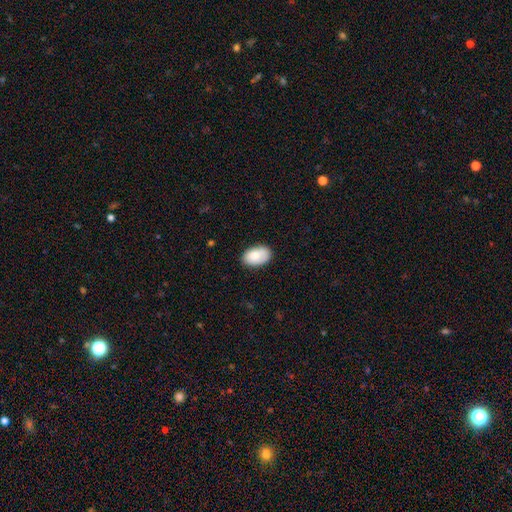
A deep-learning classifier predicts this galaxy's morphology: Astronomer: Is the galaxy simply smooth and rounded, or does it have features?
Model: smooth — 84%.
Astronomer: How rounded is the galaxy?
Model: in between — 93%.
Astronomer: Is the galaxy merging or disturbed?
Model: none — 81%.